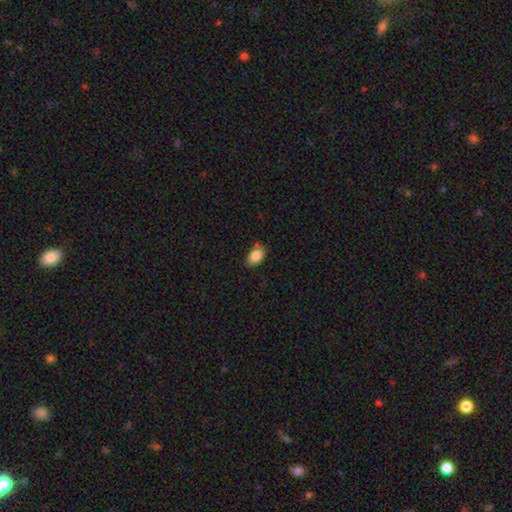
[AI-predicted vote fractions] This appears to be a smooth galaxy with no disk features (85%) that is in between round and cigar-shaped (89%). Merging: none (75%).